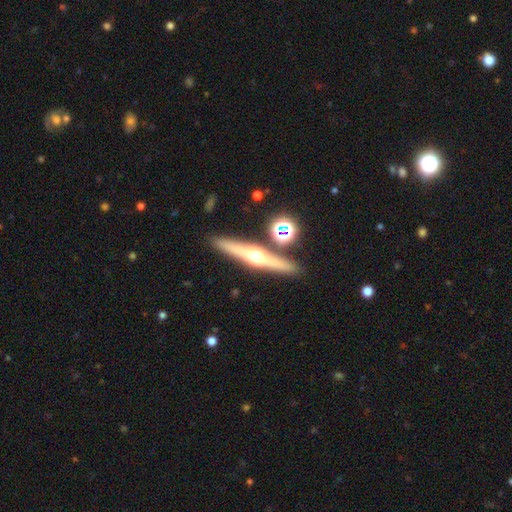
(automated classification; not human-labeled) Q: Smooth or featured?
A: featured or disk (66%); runner-up: smooth (26%)
Q: Edge-on disk?
A: yes (96%); runner-up: no (4%)
Q: Edge-on bulge?
A: rounded (95%); runner-up: none (3%)
Q: Merging?
A: none (87%); runner-up: minor disturbance (7%)